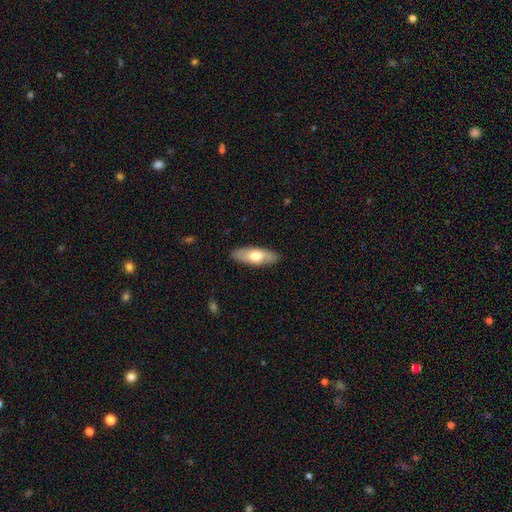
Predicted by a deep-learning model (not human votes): This appears to be a smooth galaxy with no disk features (62%) that is in between round and cigar-shaped (66%). Merging: none (88%).